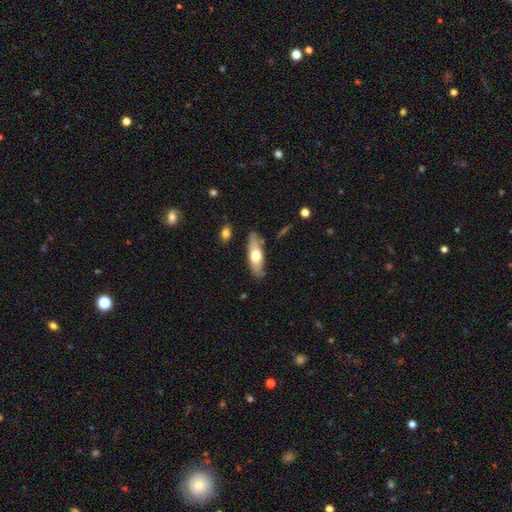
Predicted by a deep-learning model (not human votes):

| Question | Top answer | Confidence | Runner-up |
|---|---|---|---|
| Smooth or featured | smooth | 58% | featured or disk (36%) |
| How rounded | in between | 62% | cigar-shaped (35%) |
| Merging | none | 81% | minor disturbance (13%) |